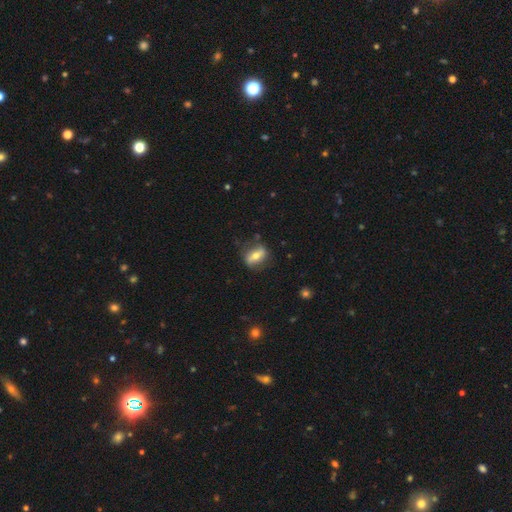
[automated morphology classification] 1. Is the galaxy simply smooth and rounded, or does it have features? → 47% featured or disk, 45% smooth, 8% star or artifact.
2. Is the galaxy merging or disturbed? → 73% none, 18% minor disturbance, 7% major disturbance, 2% merger.